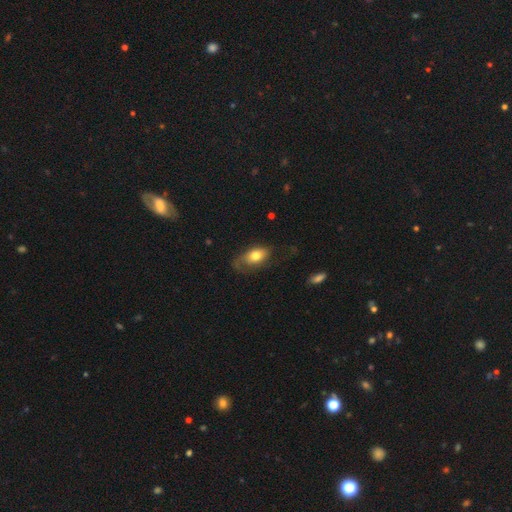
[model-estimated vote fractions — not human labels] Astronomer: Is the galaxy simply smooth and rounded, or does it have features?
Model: smooth — 66%.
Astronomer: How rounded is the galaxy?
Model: in between — 87%.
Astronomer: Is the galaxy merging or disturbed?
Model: none — 46% (runner-up: minor disturbance, 28%).